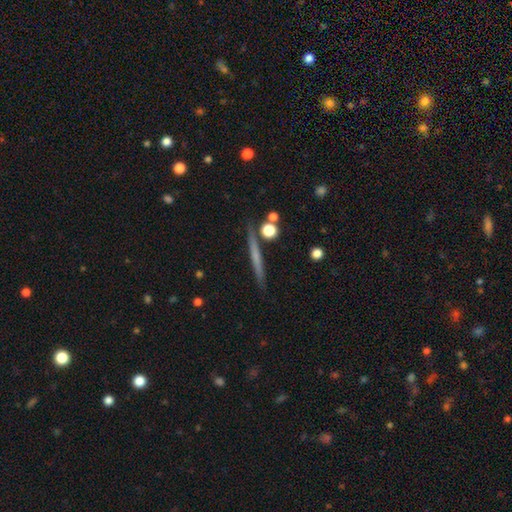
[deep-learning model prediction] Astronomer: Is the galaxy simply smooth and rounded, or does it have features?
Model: smooth — 49% (runner-up: featured or disk, 43%).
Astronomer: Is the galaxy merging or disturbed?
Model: none — 87%.